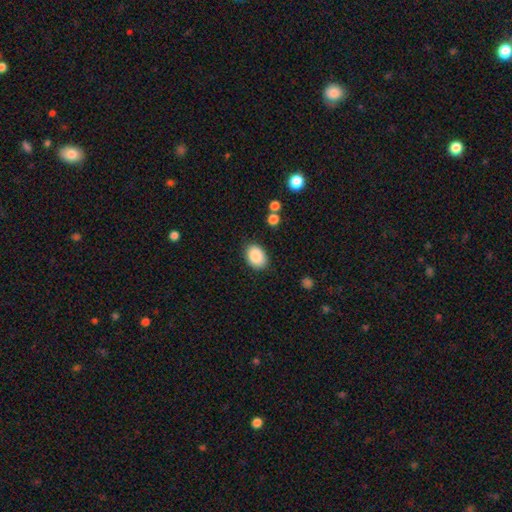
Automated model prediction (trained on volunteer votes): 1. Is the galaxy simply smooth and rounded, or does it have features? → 88% smooth, 8% star or artifact, 5% featured or disk.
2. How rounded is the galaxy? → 78% in between, 21% round, 1% cigar-shaped.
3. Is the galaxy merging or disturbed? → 84% none, 12% minor disturbance, 3% major disturbance, 2% merger.